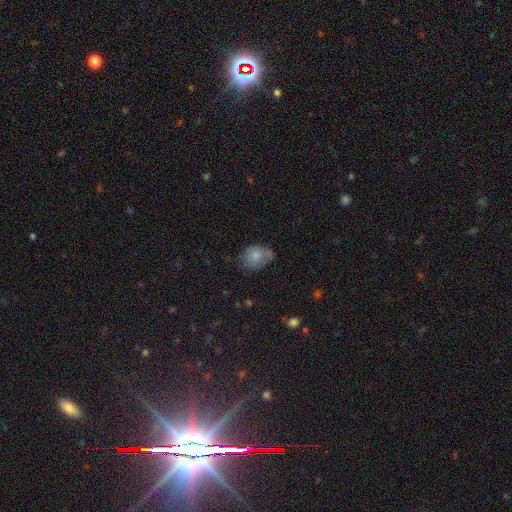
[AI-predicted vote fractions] smooth 78%, featured or disk 12%, star or artifact 9%. Down the decision tree: how rounded — in between (54%); merging — none (50%).